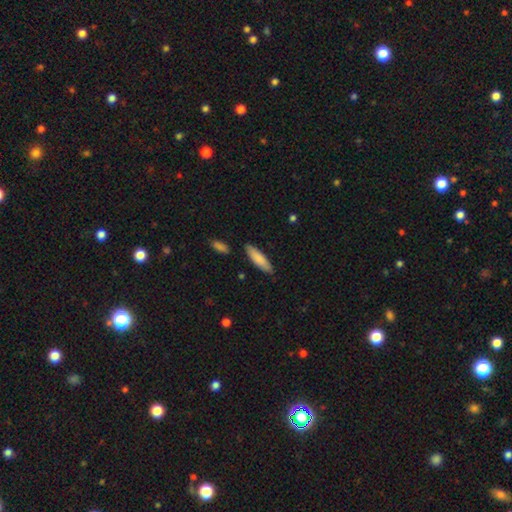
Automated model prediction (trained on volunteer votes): A smooth galaxy with no disk features (83%) that is cigar-shaped (63%).

Vote fractions:
- Smooth or featured? smooth: 83% / featured or disk: 11% / star or artifact: 6%
- How rounded? cigar-shaped: 63% / in between: 35% / round: 2%
- Merging? none: 86% / minor disturbance: 10% / merger: 2% / major disturbance: 2%